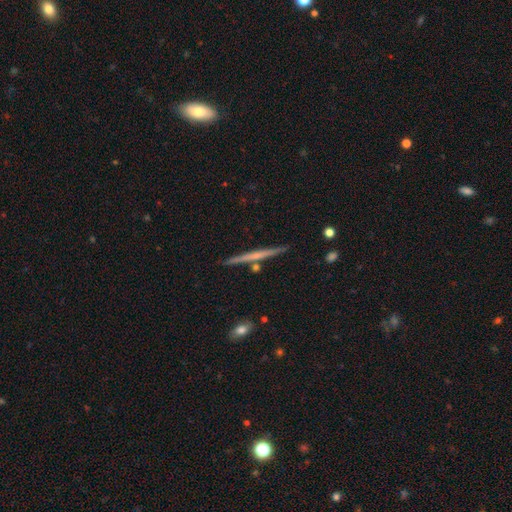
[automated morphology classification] featured or disk 55%, smooth 39%, star or artifact 5%. Down the decision tree: edge-on disk — yes (98%); edge-on bulge — none (79%); merging — none (88%).